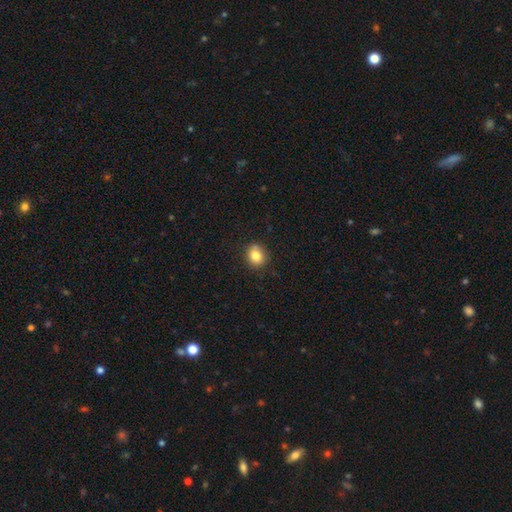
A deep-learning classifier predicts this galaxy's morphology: smooth 83%, star or artifact 10%, featured or disk 7%. Down the decision tree: how rounded — round (72%); merging — none (83%).